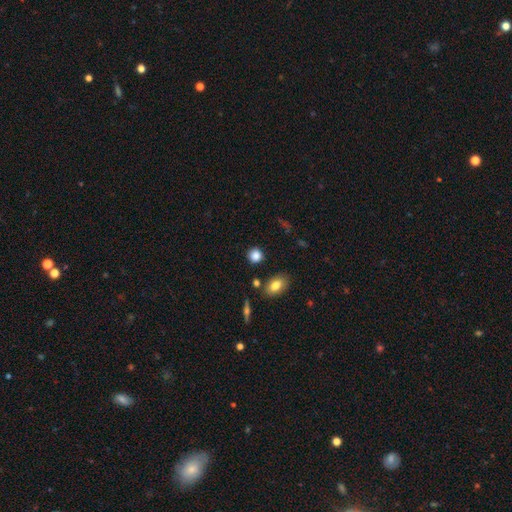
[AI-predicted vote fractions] smooth_or_featured: smooth (p=0.85) [alt: star or artifact p=0.10]
how_rounded: round (p=0.85) [alt: in between p=0.14]
merging: none (p=0.85) [alt: minor disturbance p=0.08]